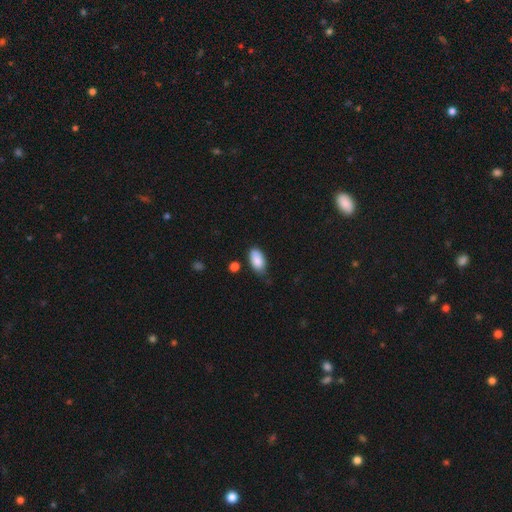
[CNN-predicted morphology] A smooth galaxy with no disk features (86%) that is in between round and cigar-shaped (93%). Merging: none (63%).